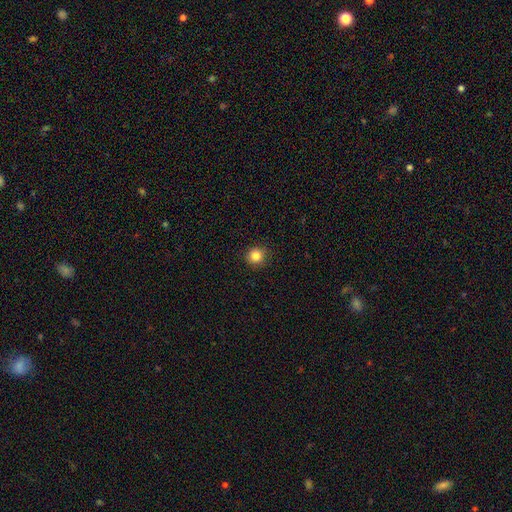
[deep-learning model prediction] smooth-or-featured: smooth: 84% | star or artifact: 11% | featured or disk: 4%
  how-rounded: round: 93% | in between: 6% | cigar-shaped: 1%
  merging: none: 91% | minor disturbance: 6% | major disturbance: 2% | merger: 1%